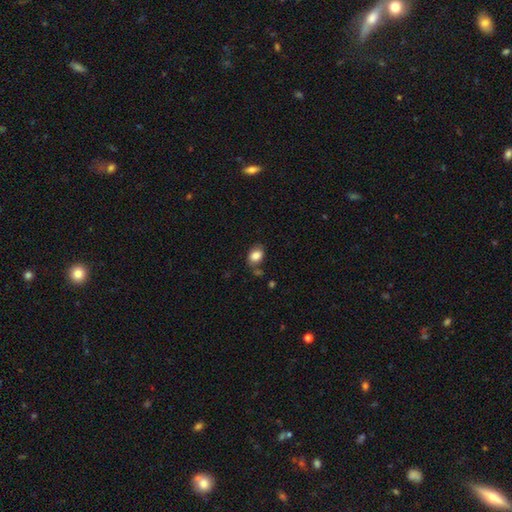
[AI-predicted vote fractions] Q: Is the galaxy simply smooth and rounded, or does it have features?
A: smooth — 85%.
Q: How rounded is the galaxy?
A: in between — 72%.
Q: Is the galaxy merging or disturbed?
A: none — 64%.